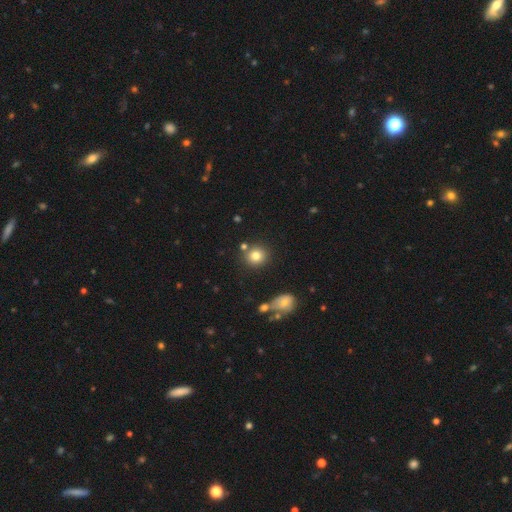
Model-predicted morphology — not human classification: Smooth or featured? smooth (80%)
How rounded? round (88%)
Merging? none (79%)